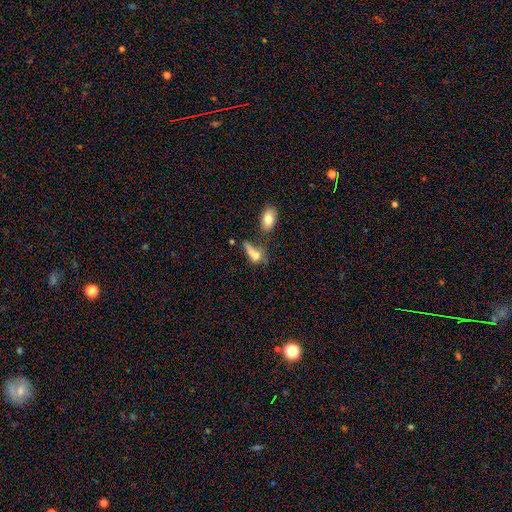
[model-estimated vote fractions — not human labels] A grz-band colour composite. It shows a smooth galaxy with no disk features (66%) that is in between round and cigar-shaped (59%). Merging: merger (38%).